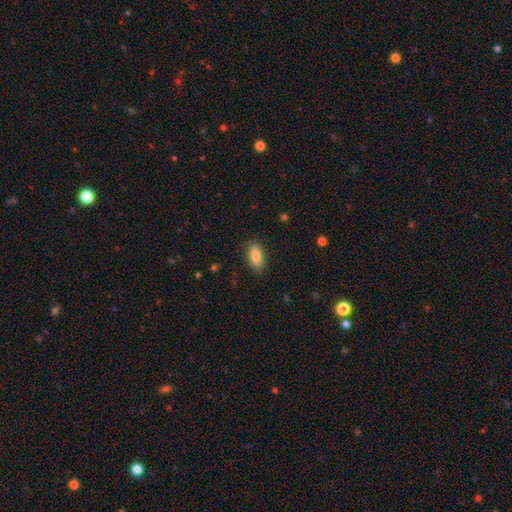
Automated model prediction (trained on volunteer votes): Overall: smooth (87%). How rounded: in between (89%). Merging: none (86%).